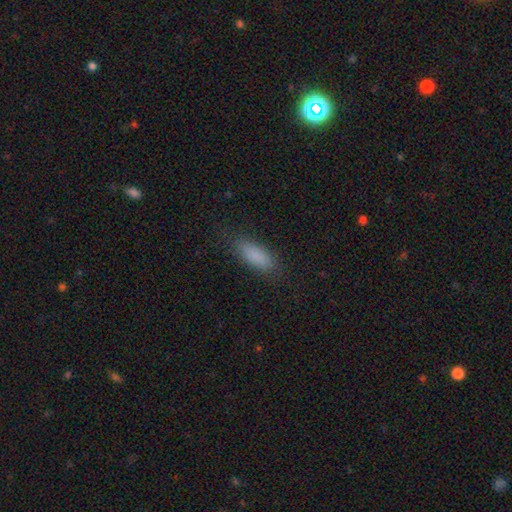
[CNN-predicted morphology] smooth 87%, star or artifact 8%, featured or disk 6%. Down the decision tree: how rounded — in between (71%); merging — none (83%).